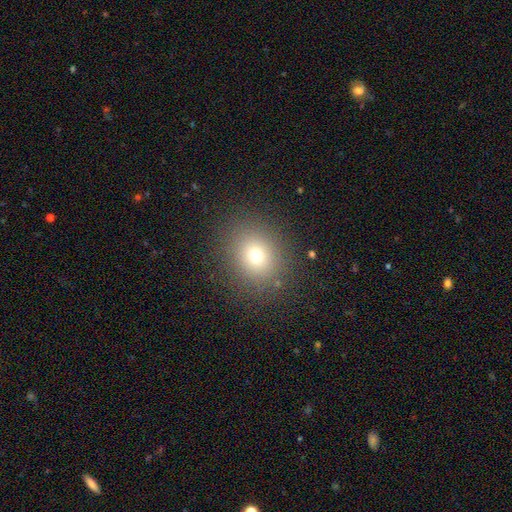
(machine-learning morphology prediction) Smooth or featured?
  - smooth: 72% *
  - star or artifact: 18%
  - featured or disk: 11%
How rounded?
  - round: 78% *
  - in between: 21%
  - cigar-shaped: 1%
Merging?
  - none: 87% *
  - minor disturbance: 7%
  - major disturbance: 4%
  - merger: 1%